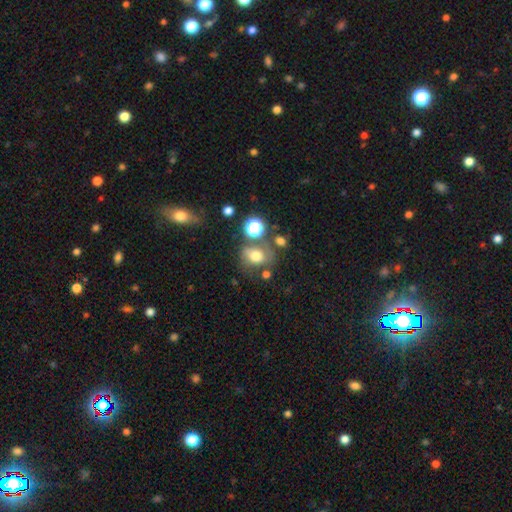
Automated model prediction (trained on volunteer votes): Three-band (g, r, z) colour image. It shows a smooth galaxy with no disk features (60%) that is round (52%). Merging: none (52%).